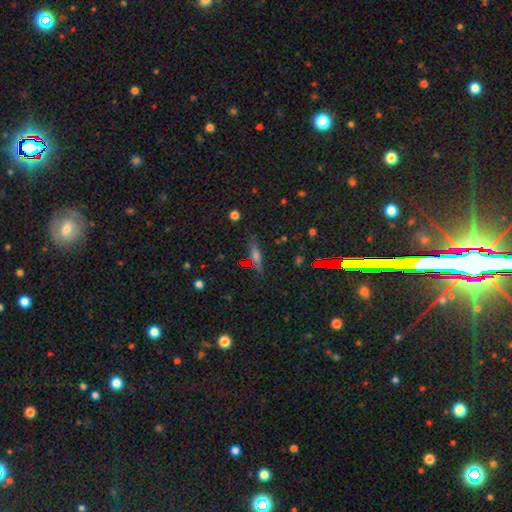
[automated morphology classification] Q: Smooth or featured?
A: smooth (41%); runner-up: featured or disk (34%)
Q: Merging?
A: none (84%); runner-up: minor disturbance (10%)